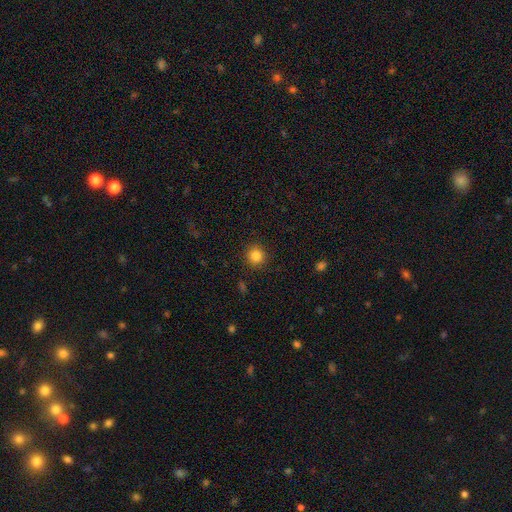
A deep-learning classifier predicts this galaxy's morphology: Smooth or featured?
  - smooth: 84% *
  - star or artifact: 11%
  - featured or disk: 5%
How rounded?
  - round: 94% *
  - in between: 5%
  - cigar-shaped: 1%
Merging?
  - none: 91% *
  - minor disturbance: 6%
  - major disturbance: 2%
  - merger: 1%